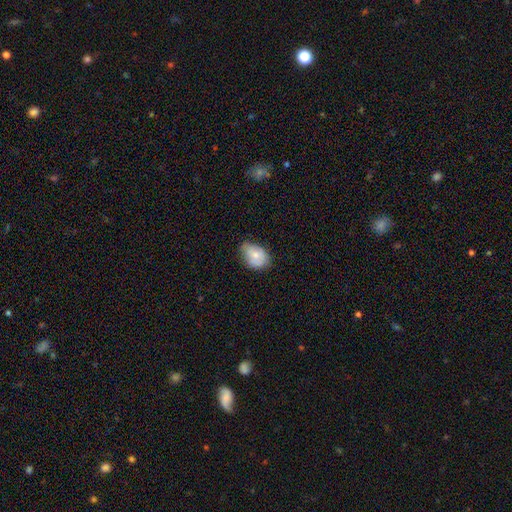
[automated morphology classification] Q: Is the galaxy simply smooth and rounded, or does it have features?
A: smooth — 75%.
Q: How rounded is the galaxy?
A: in between — 76%.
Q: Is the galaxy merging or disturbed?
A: none — 59%.